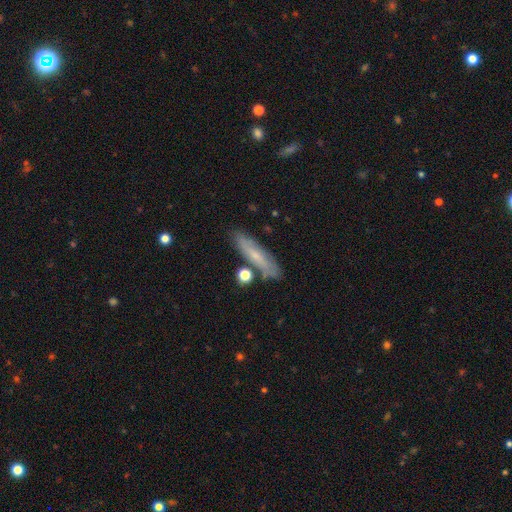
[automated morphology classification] smooth 56%, featured or disk 37%, star or artifact 8%. Down the decision tree: how rounded — cigar-shaped (75%); merging — none (77%).